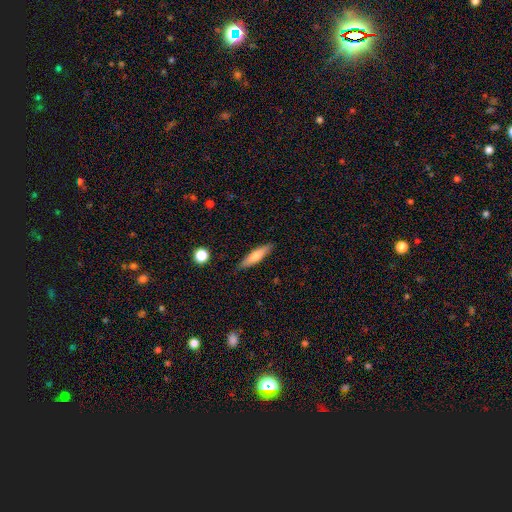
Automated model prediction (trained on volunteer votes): Smooth or featured?
  - smooth: 65% *
  - featured or disk: 29%
  - star or artifact: 6%
How rounded?
  - cigar-shaped: 79% *
  - in between: 19%
  - round: 2%
Merging?
  - none: 87% *
  - minor disturbance: 10%
  - major disturbance: 2%
  - merger: 1%